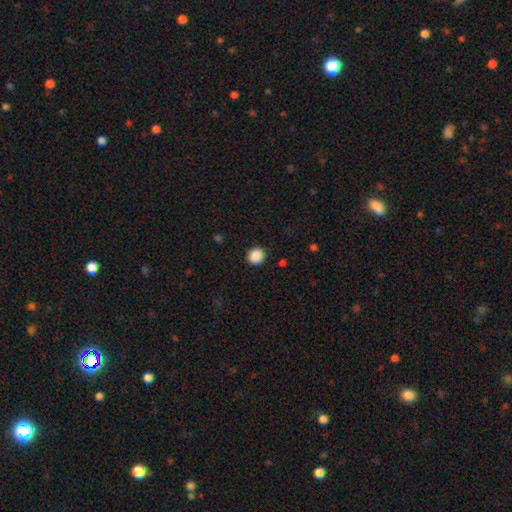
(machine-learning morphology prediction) smooth_or_featured: smooth (p=0.88) [alt: star or artifact p=0.09]
how_rounded: round (p=0.85) [alt: in between p=0.14]
merging: none (p=0.90) [alt: minor disturbance p=0.07]